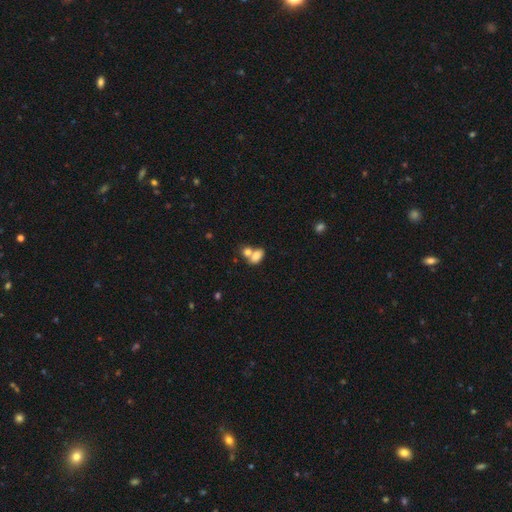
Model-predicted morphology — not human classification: Smooth or featured? smooth (80%)
How rounded? in between (84%)
Merging? merger (59%)